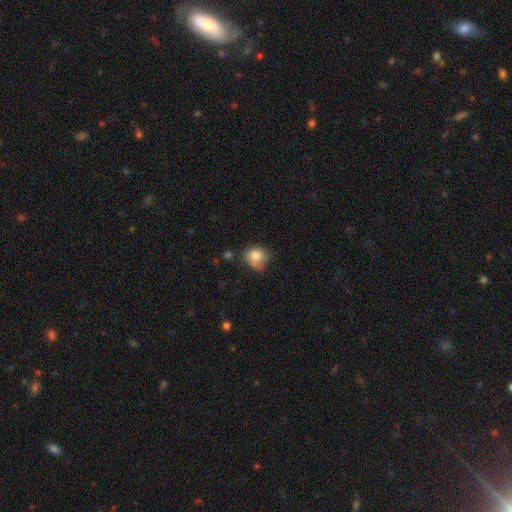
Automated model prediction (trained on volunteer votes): Smooth or featured? Predicted: smooth (p=0.81). How rounded? Predicted: round (p=0.74). Merging? Predicted: none (p=0.50).